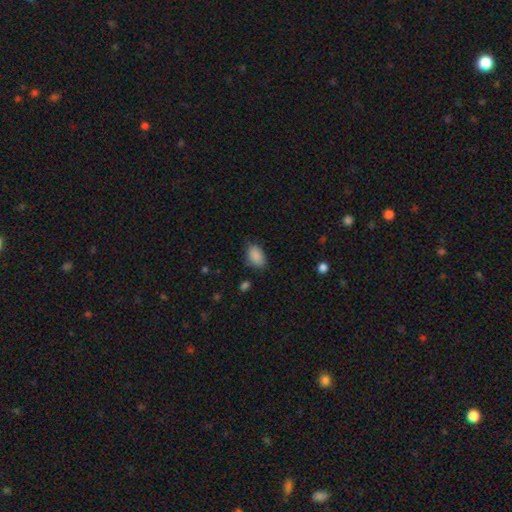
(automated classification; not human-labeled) A smooth galaxy with no disk features (88%) that is in between round and cigar-shaped (89%).

Vote fractions:
- Smooth or featured? smooth: 88% / star or artifact: 8% / featured or disk: 4%
- How rounded? in between: 89% / round: 10% / cigar-shaped: 1%
- Merging? none: 75% / minor disturbance: 20% / major disturbance: 4% / merger: 2%